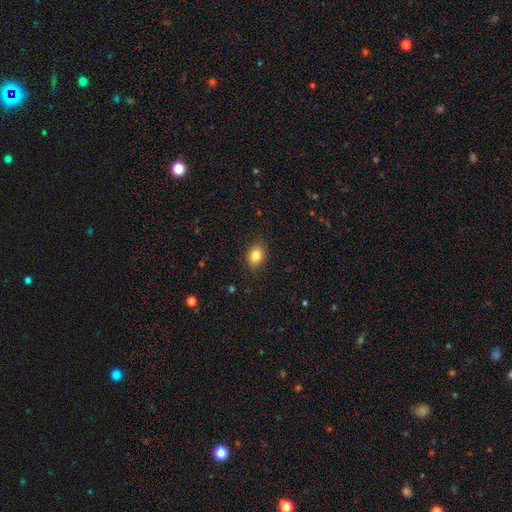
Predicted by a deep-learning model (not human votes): Smooth or featured? Predicted: smooth (p=0.84). How rounded? Predicted: in between (p=0.61). Merging? Predicted: none (p=0.85).